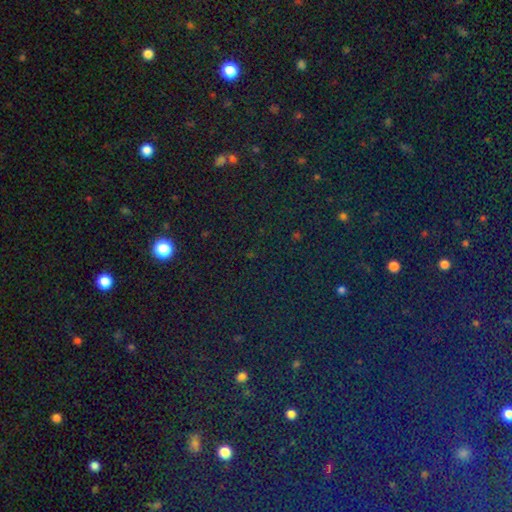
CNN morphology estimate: type=star or artifact (77%).